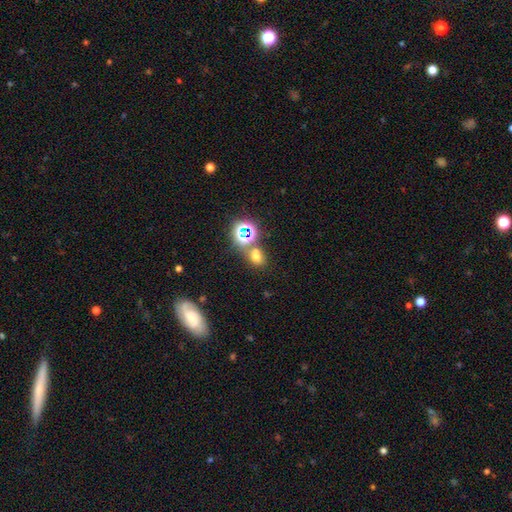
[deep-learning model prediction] Smooth or featured? Predicted: smooth (p=0.60). How rounded? Predicted: in between (p=0.58). Merging? Predicted: none (p=0.60).